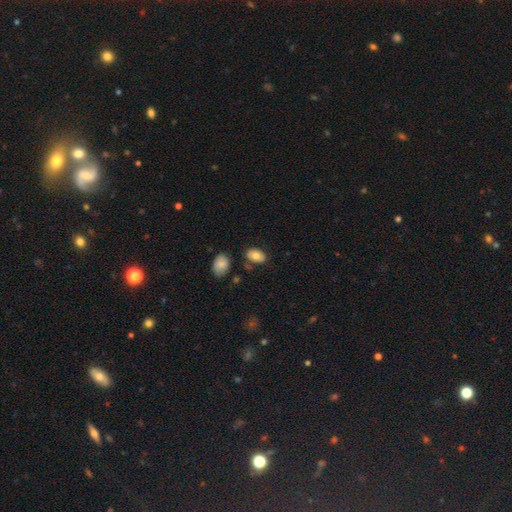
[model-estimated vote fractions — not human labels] Smooth or featured? Predicted: smooth (p=0.79). How rounded? Predicted: in between (p=0.88). Merging? Predicted: none (p=0.77).